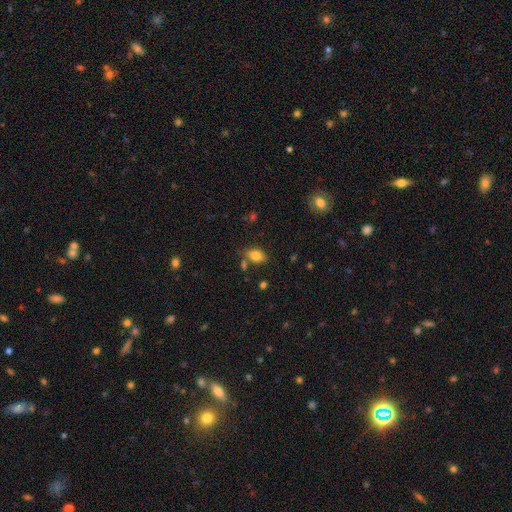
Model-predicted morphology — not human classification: This is clearly a smooth galaxy (81%). How rounded: clearly in between (89%). Merging: likely none (70%).